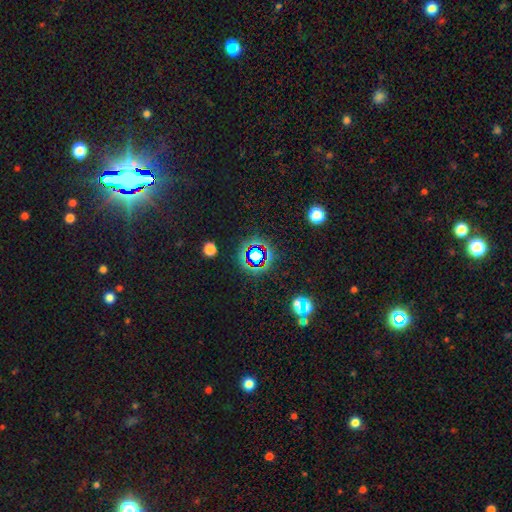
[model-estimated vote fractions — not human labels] A star or artifact, not a galaxy (69%).

Vote fractions:
- Smooth or featured? star or artifact: 69% / smooth: 19% / featured or disk: 12%